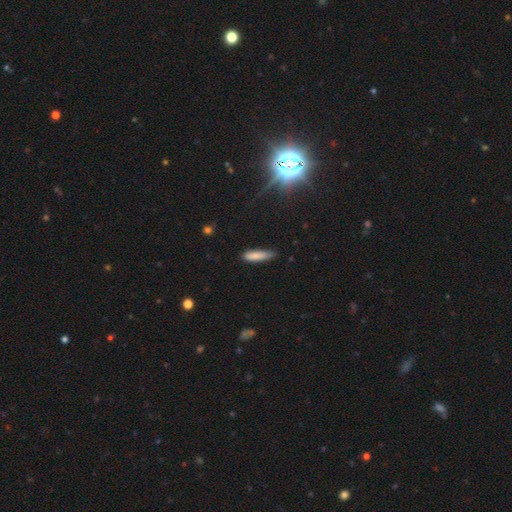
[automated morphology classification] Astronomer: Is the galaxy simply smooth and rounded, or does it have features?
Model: smooth — 84%.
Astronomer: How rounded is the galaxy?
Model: cigar-shaped — 75%.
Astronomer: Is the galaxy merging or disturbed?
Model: none — 72%.